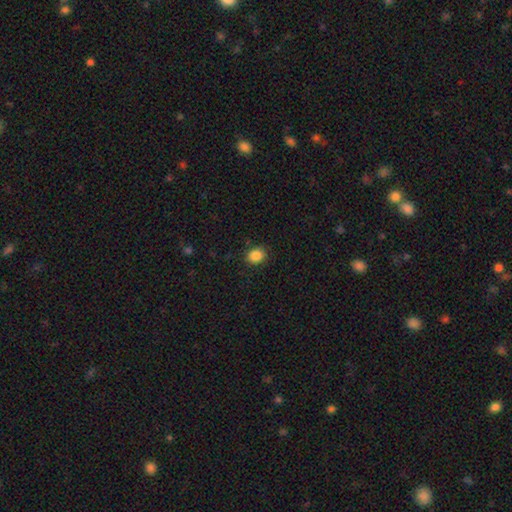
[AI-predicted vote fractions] Morphology: type=smooth (86%); roundness=round (63%); merging=none (87%).